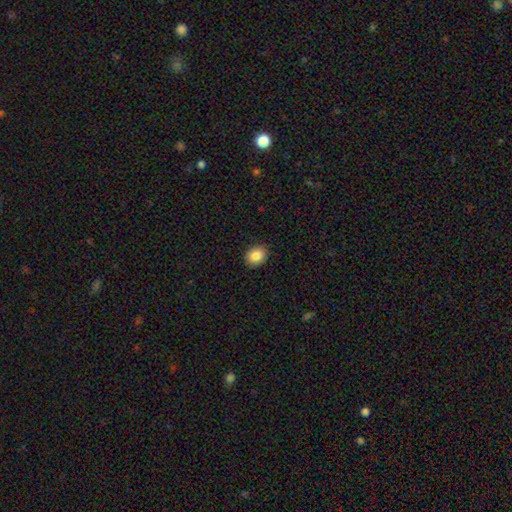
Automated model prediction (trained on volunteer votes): Smooth or featured? Predicted: smooth (p=0.86). How rounded? Predicted: in between (p=0.52). Merging? Predicted: none (p=0.90).